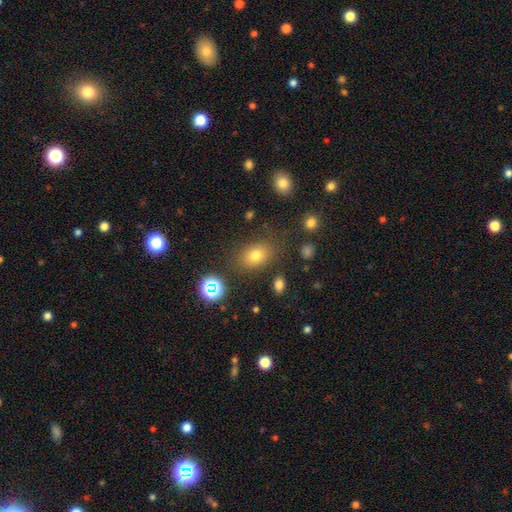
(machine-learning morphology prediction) Smooth or featured?
  - smooth: 72% *
  - star or artifact: 17%
  - featured or disk: 11%
How rounded?
  - in between: 71% *
  - round: 27%
  - cigar-shaped: 1%
Merging?
  - none: 80% *
  - minor disturbance: 12%
  - major disturbance: 5%
  - merger: 4%